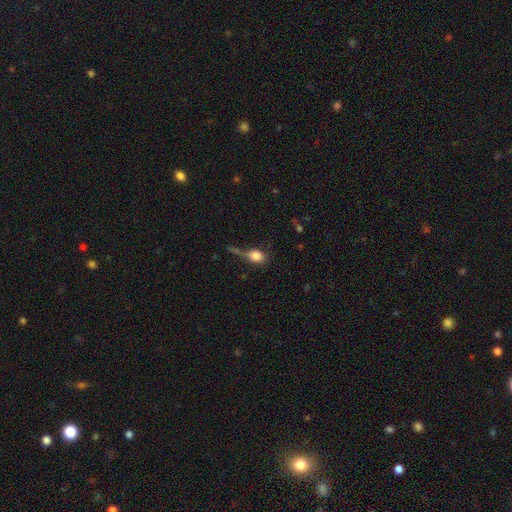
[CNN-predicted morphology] Q: Smooth or featured?
A: smooth (79%); runner-up: featured or disk (11%)
Q: How rounded?
A: in between (64%); runner-up: round (32%)
Q: Merging?
A: none (35%); runner-up: minor disturbance (24%)